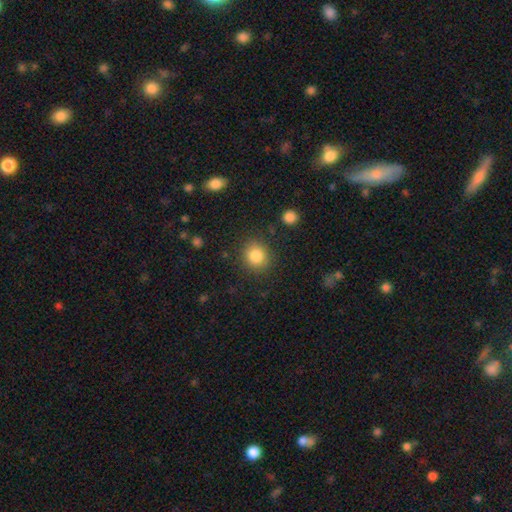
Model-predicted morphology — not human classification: The model was most divided on "how rounded": round: 82%, in between: 17%, cigar-shaped: 1%. More confident: merging — none (86%); smooth or featured — smooth (85%).